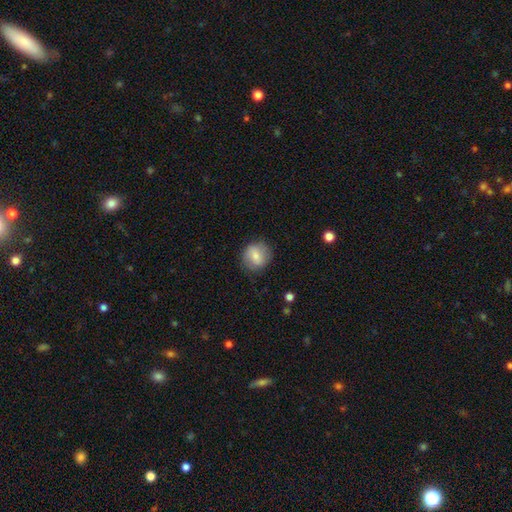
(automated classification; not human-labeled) smooth_or_featured: smooth (p=0.72) [alt: featured or disk p=0.20]
how_rounded: round (p=0.81) [alt: in between p=0.18]
merging: none (p=0.79) [alt: minor disturbance p=0.15]